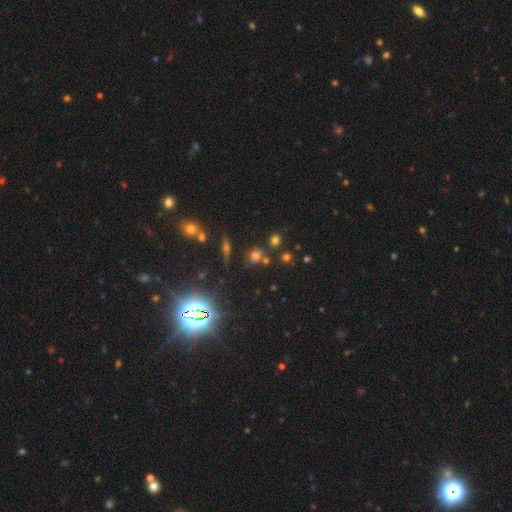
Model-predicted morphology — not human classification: smooth_or_featured: star or artifact (p=0.44) [alt: smooth p=0.43]